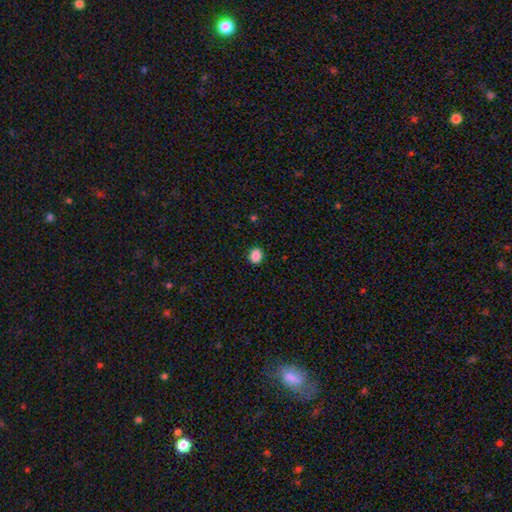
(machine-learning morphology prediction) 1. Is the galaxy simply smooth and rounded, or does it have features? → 88% smooth, 10% star or artifact, 3% featured or disk.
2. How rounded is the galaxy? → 62% round, 37% in between, 1% cigar-shaped.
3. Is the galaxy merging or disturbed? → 91% none, 6% minor disturbance, 2% major disturbance, 1% merger.